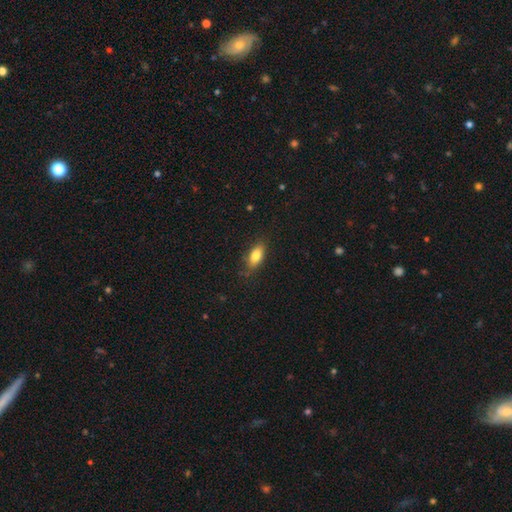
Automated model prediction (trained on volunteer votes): smooth 80%, featured or disk 12%, star or artifact 8%. Down the decision tree: how rounded — in between (84%); merging — none (78%).